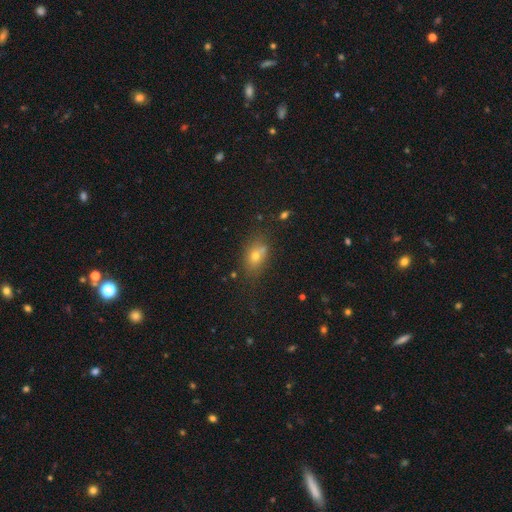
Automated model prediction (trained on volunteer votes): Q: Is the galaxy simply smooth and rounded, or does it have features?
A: smooth — 64%.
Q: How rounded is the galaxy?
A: in between — 66%.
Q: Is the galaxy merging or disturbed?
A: none — 60%.